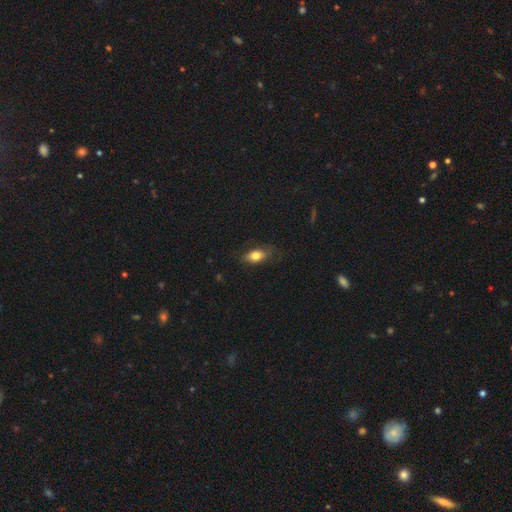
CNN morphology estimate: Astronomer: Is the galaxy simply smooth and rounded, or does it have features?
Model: smooth — 78%.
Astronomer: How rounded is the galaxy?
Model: in between — 83%.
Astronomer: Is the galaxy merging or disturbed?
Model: none — 71%.